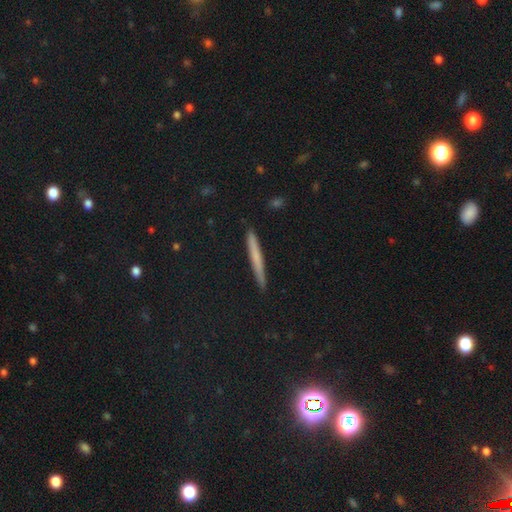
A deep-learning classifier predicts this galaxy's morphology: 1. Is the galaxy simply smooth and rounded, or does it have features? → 58% smooth, 31% featured or disk, 12% star or artifact.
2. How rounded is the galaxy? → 96% cigar-shaped, 2% in between, 2% round.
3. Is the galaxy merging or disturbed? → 90% none, 7% minor disturbance, 1% major disturbance, 1% merger.